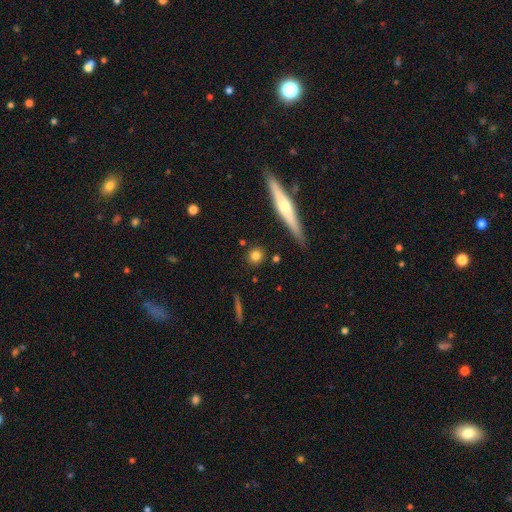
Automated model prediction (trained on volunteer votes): Smooth or featured? Predicted: smooth (p=0.78). How rounded? Predicted: round (p=0.83). Merging? Predicted: none (p=0.87).